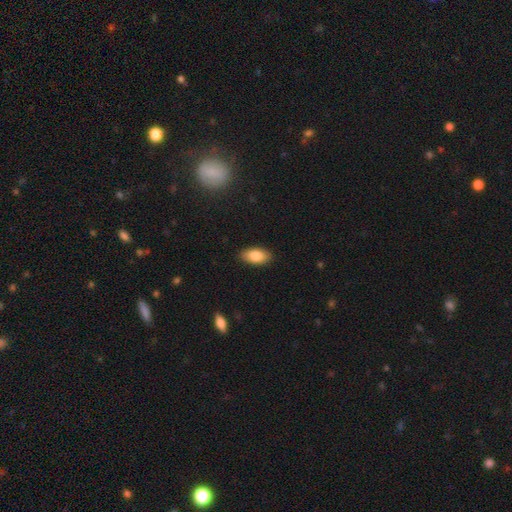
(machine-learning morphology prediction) Smooth or featured? Predicted: smooth (p=0.84). How rounded? Predicted: in between (p=0.92). Merging? Predicted: none (p=0.88).